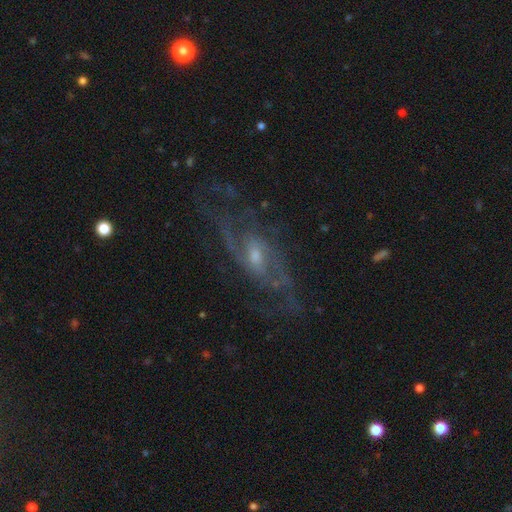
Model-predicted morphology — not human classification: Smooth or featured? Predicted: featured or disk (p=0.85). Edge-on disk? Predicted: no (p=0.92). Bar? Predicted: weak (p=0.46). Spiral arms? Predicted: yes (p=0.92). Spiral winding? Predicted: medium (p=0.49). Spiral arm count? Predicted: 2 (p=0.55). Bulge size? Predicted: moderate (p=0.49). Merging? Predicted: none (p=0.68).